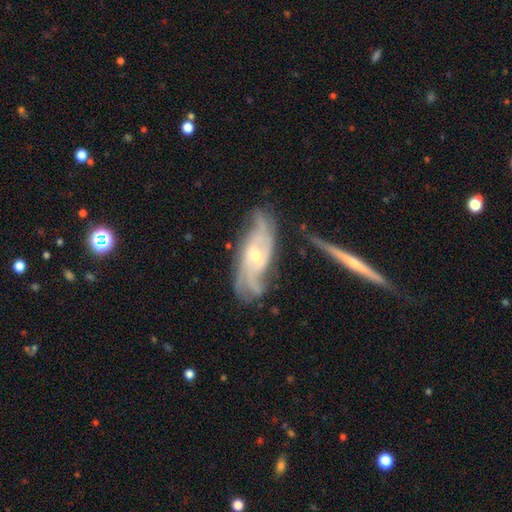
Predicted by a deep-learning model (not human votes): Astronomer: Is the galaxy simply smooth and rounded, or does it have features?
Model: featured or disk — 85%.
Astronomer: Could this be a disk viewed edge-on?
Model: no — 88%.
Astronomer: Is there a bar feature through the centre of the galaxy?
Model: no — 57% (runner-up: weak, 33%).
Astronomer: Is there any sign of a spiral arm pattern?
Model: yes — 95%.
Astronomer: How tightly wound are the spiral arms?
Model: medium — 42% (runner-up: tight, 39%).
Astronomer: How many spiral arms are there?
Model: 3 — 26% (runner-up: can't tell, 24%).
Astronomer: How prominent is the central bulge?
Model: small — 58% (runner-up: moderate, 38%).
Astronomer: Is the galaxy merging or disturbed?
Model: none — 64%.